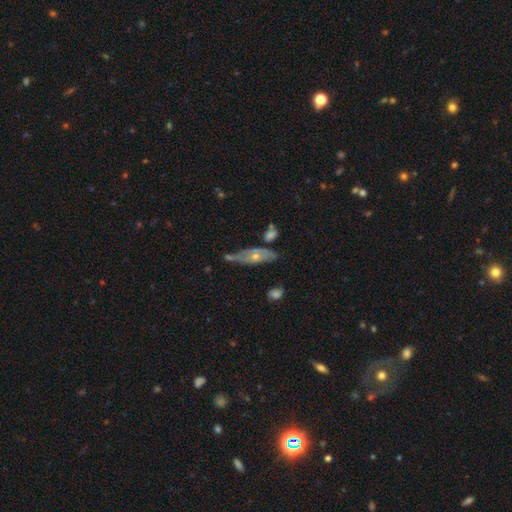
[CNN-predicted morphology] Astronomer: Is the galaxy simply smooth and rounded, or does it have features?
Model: featured or disk — 53% (runner-up: smooth, 40%).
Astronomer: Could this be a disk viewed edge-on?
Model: no — 70%.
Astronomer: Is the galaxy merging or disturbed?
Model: none — 41% (runner-up: minor disturbance, 28%).